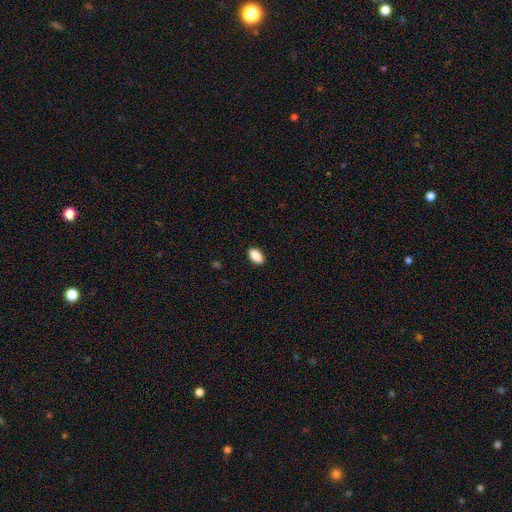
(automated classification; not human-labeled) smooth_or_featured: smooth (p=0.90) [alt: star or artifact p=0.07]
how_rounded: in between (p=0.92) [alt: cigar-shaped p=0.04]
merging: none (p=0.89) [alt: minor disturbance p=0.08]